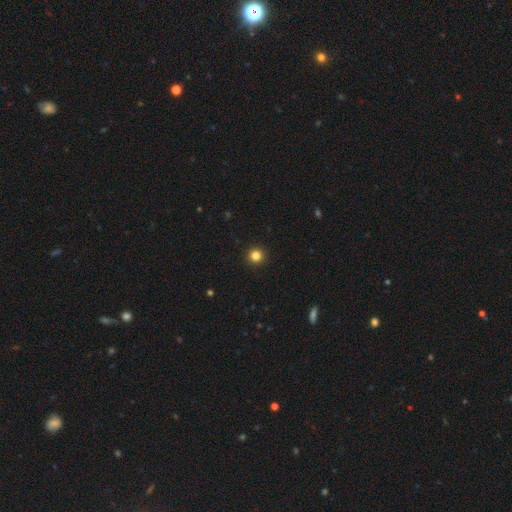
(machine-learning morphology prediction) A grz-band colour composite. It shows a smooth galaxy with no disk features (83%) that is round (96%). Merging: none (94%).